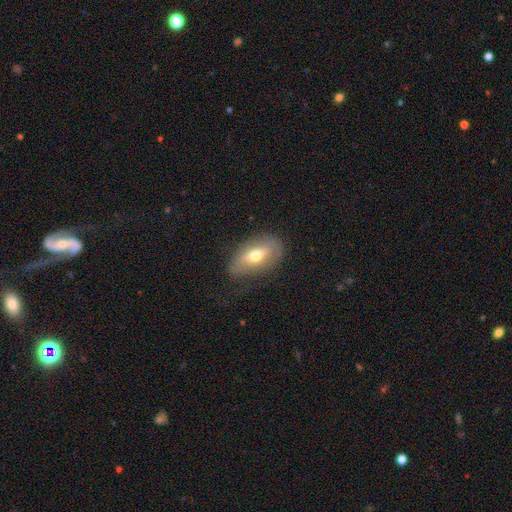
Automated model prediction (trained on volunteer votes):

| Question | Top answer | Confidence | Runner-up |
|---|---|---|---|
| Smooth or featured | smooth | 53% | featured or disk (39%) |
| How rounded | in between | 85% | cigar-shaped (8%) |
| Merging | none | 71% | minor disturbance (20%) |